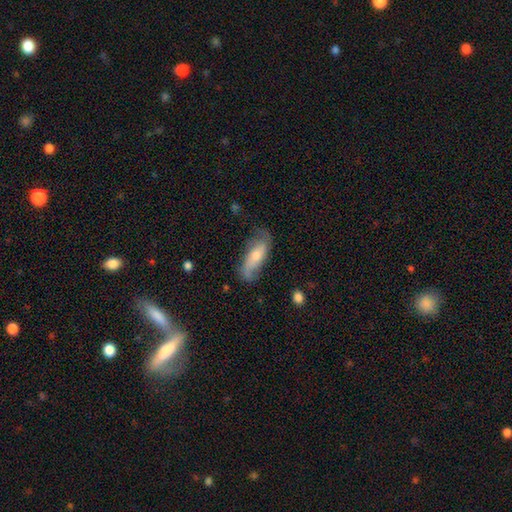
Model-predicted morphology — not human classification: type=featured or disk (53%); edge-on=no (78%); merging=none (64%).